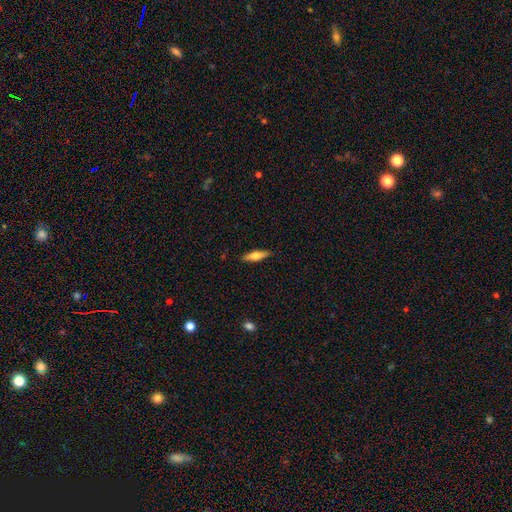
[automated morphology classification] smooth_or_featured: smooth (p=0.56) [alt: featured or disk p=0.38]
how_rounded: cigar-shaped (p=0.62) [alt: in between p=0.36]
merging: none (p=0.89) [alt: minor disturbance p=0.08]